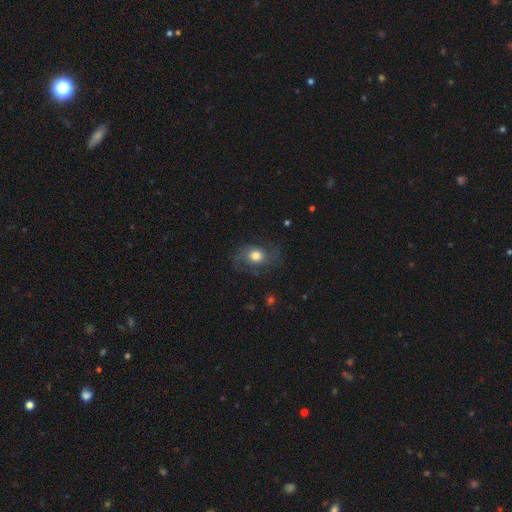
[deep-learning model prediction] A smooth galaxy with no disk features (51%) that is in between round and cigar-shaped (52%). Merging: none (63%).